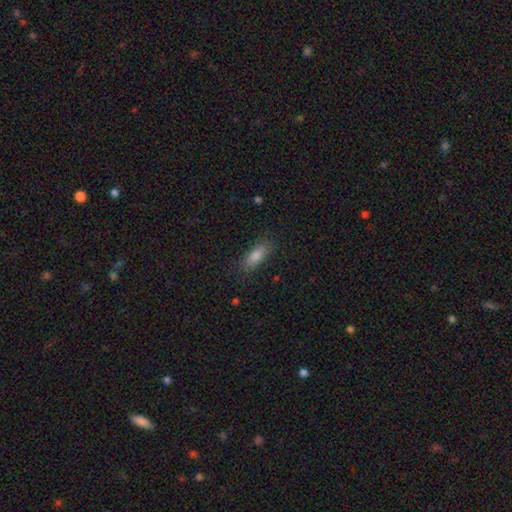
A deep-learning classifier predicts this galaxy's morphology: smooth 81%, featured or disk 10%, star or artifact 9%. Down the decision tree: how rounded — in between (71%); merging — none (85%).